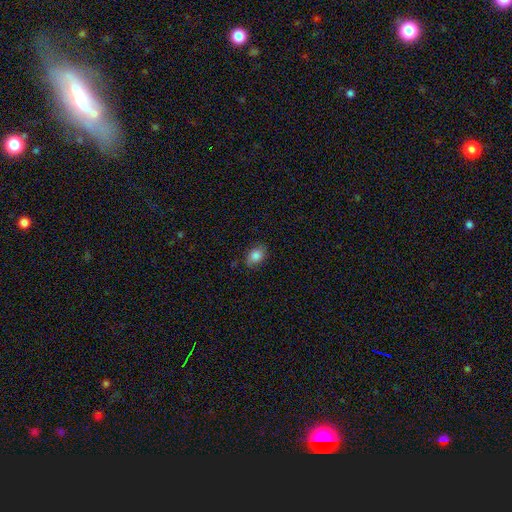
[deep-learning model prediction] Smooth or featured: smooth — 83% (star or artifact — 9%)
How rounded: in between — 76% (round — 23%)
Merging: none — 76% (minor disturbance — 19%)